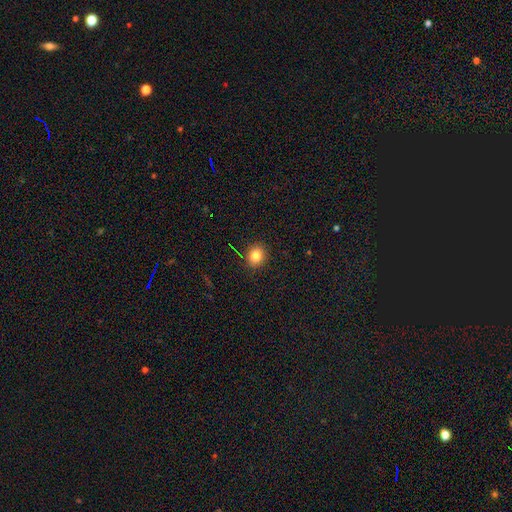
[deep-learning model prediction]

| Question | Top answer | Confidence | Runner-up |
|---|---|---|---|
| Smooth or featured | smooth | 81% | star or artifact (12%) |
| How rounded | round | 70% | in between (29%) |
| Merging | none | 89% | minor disturbance (8%) |